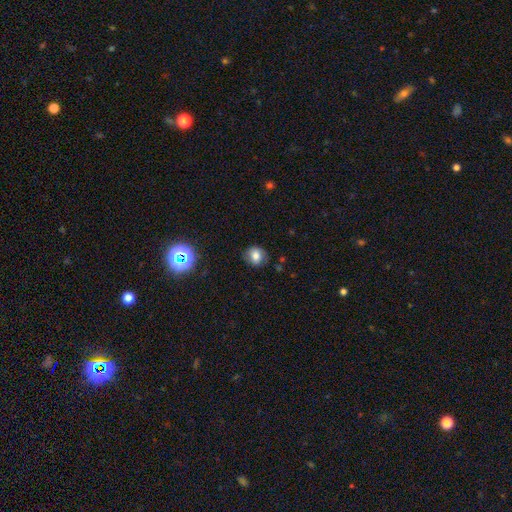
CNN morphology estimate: Overall: smooth (74%). How rounded: round (72%). Merging: none (81%).